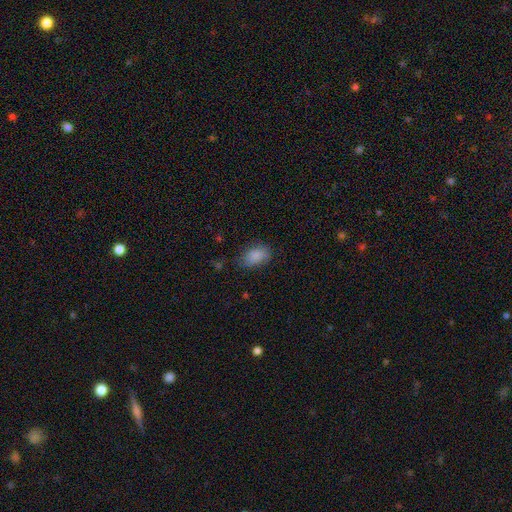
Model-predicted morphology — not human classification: Smooth or featured? smooth (85%)
How rounded? in between (89%)
Merging? none (66%)